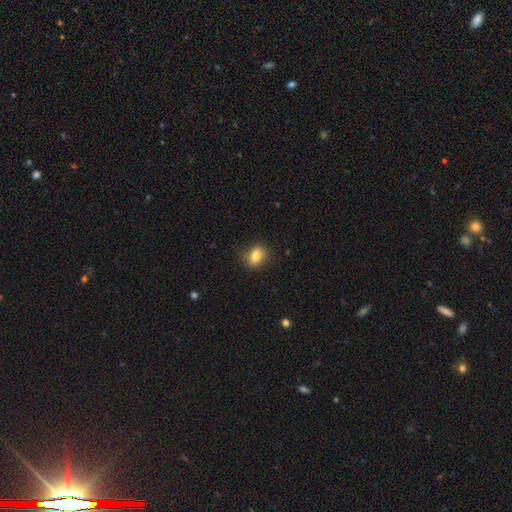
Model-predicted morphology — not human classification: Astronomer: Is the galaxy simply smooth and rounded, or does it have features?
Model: smooth — 80%.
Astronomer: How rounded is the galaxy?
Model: in between — 63%.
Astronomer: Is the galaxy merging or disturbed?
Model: none — 82%.